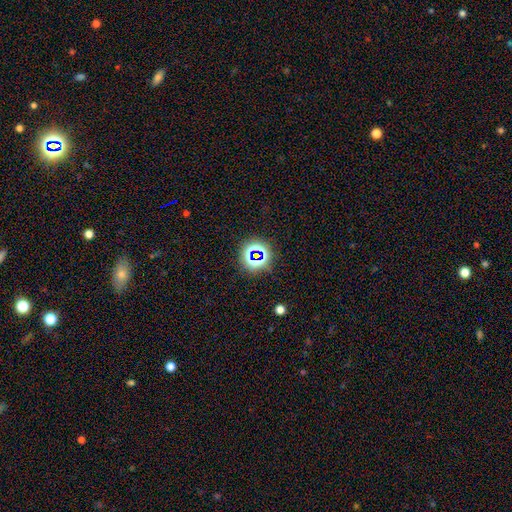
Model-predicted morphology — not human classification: Smooth or featured? star or artifact (67%)